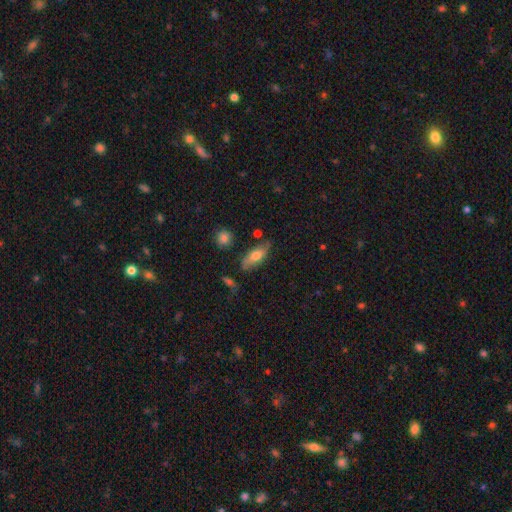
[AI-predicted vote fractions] smooth-or-featured: smooth: 62% | featured or disk: 31% | star or artifact: 7%
  how-rounded: in between: 67% | cigar-shaped: 29% | round: 4%
  merging: none: 71% | minor disturbance: 20% | major disturbance: 5% | merger: 4%